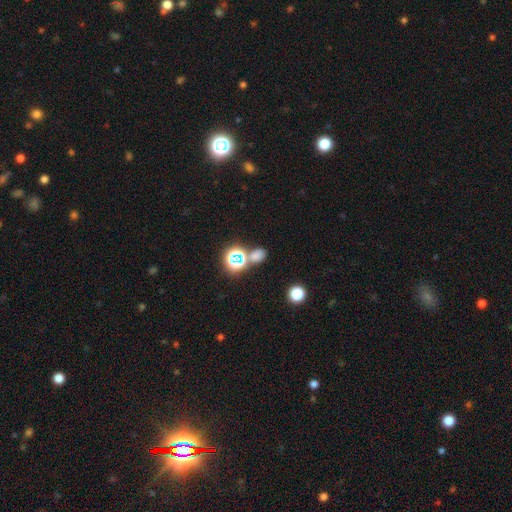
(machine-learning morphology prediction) A smooth galaxy with no disk features (59%) that is in between round and cigar-shaped (52%). Merging: none (63%).